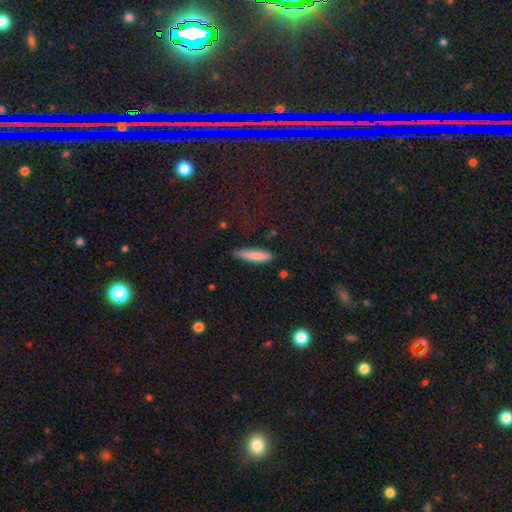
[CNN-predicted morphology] type=smooth (82%); roundness=cigar-shaped (80%); merging=none (80%).